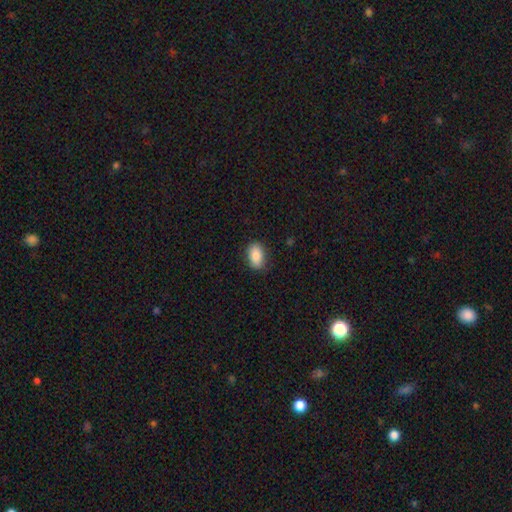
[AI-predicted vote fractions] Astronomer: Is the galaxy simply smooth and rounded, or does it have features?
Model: smooth — 85%.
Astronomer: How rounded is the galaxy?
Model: in between — 87%.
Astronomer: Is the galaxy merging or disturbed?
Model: none — 85%.